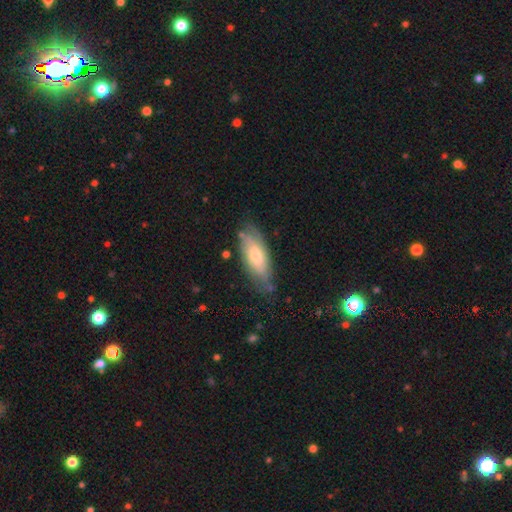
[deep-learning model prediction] smooth_or_featured: smooth (p=0.54) [alt: featured or disk p=0.40]
how_rounded: in between (p=0.73) [alt: cigar-shaped p=0.24]
merging: none (p=0.70) [alt: minor disturbance p=0.23]